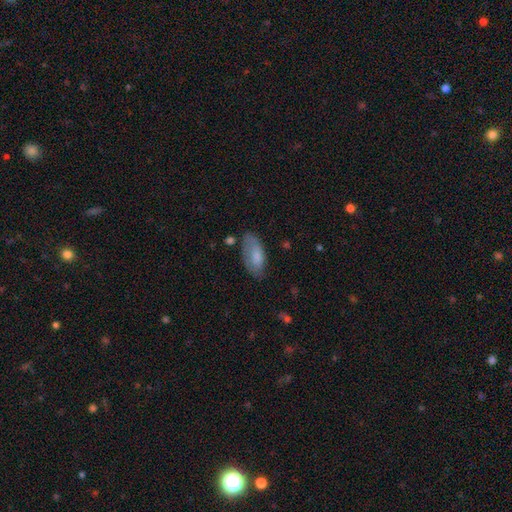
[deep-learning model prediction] Q: Smooth or featured?
A: smooth (73%); runner-up: featured or disk (20%)
Q: How rounded?
A: in between (89%); runner-up: cigar-shaped (8%)
Q: Merging?
A: none (59%); runner-up: minor disturbance (29%)